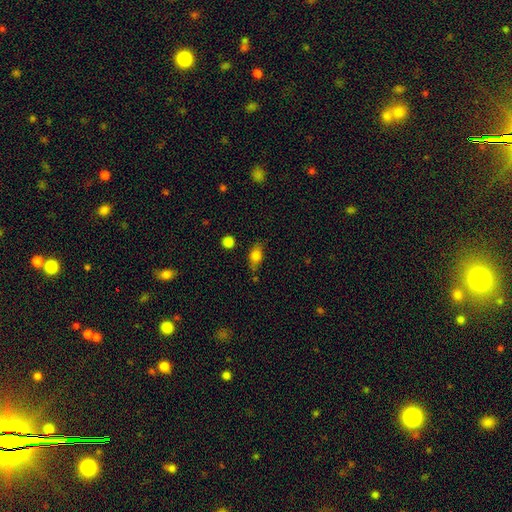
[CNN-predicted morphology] This appears to be a smooth galaxy with no disk features (77%) that is in between round and cigar-shaped (79%). Merging: none (70%).